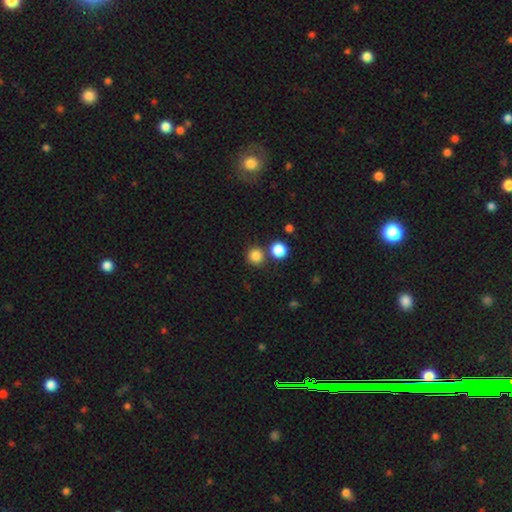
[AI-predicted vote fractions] Smooth or featured? smooth (83%)
How rounded? round (93%)
Merging? none (76%)